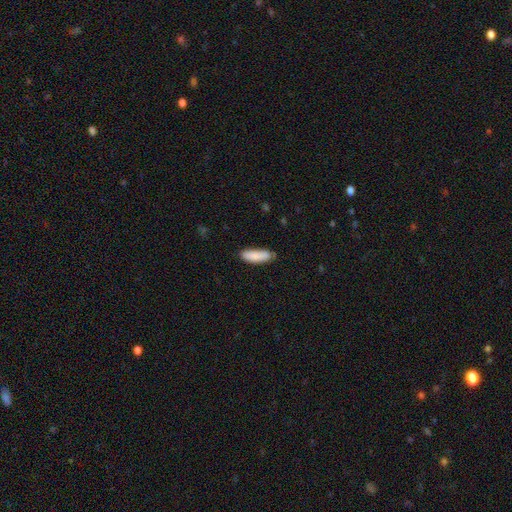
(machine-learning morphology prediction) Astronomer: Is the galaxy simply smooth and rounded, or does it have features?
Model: smooth — 87%.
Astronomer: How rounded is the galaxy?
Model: in between — 55% (runner-up: cigar-shaped, 43%).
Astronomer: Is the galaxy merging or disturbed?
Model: none — 76%.